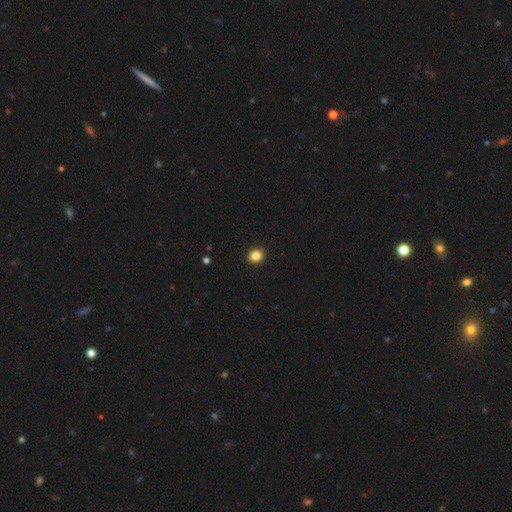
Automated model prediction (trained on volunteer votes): The model was most divided on "smooth or featured": smooth: 85%, star or artifact: 11%, featured or disk: 4%. More confident: merging — none (93%); how rounded — round (87%).